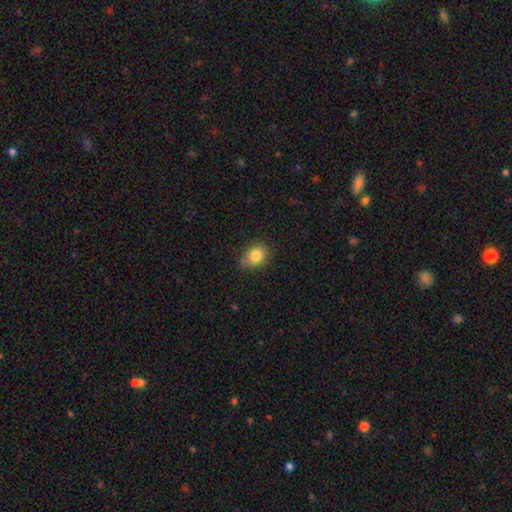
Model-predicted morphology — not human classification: A smooth galaxy with no disk features (83%) that is round (53%). Merging: none (74%).